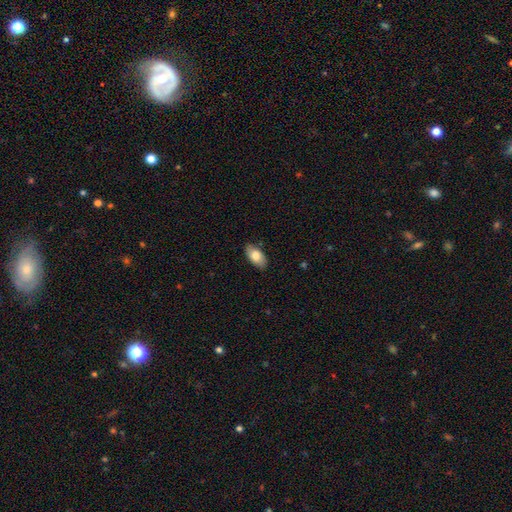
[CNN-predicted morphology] A smooth galaxy with no disk features (79%) that is in between round and cigar-shaped (93%).

Vote fractions:
- Smooth or featured? smooth: 79% / featured or disk: 15% / star or artifact: 6%
- How rounded? in between: 93% / cigar-shaped: 4% / round: 3%
- Merging? none: 85% / minor disturbance: 11% / major disturbance: 2% / merger: 1%